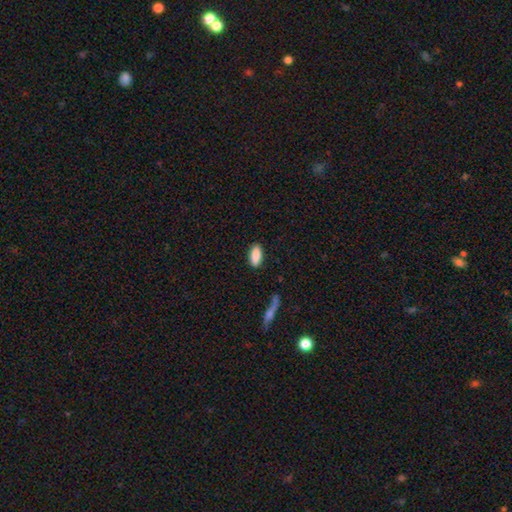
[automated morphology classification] smooth_or_featured: smooth (p=0.88) [alt: star or artifact p=0.06]
how_rounded: in between (p=0.87) [alt: cigar-shaped p=0.10]
merging: none (p=0.86) [alt: minor disturbance p=0.09]